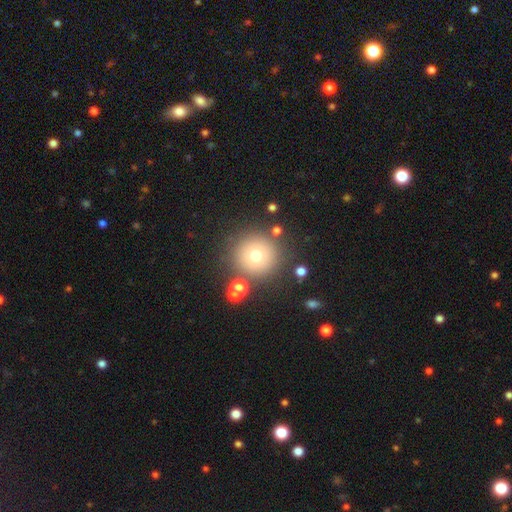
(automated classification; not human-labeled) smooth_or_featured: smooth (p=0.71) [alt: star or artifact p=0.16]
how_rounded: round (p=0.95) [alt: in between p=0.04]
merging: none (p=0.82) [alt: minor disturbance p=0.08]